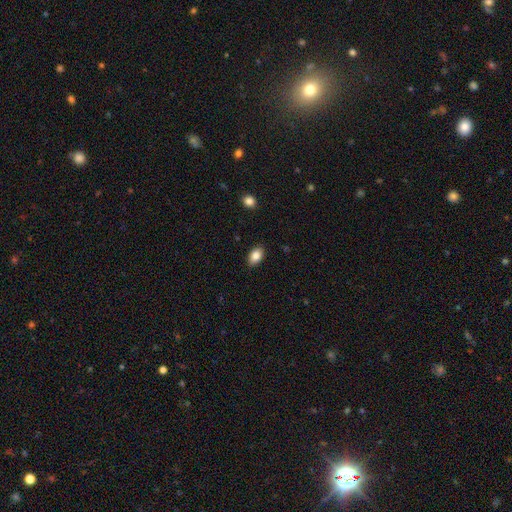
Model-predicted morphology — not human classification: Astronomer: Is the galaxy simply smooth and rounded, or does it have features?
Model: smooth — 85%.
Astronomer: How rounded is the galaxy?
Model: in between — 88%.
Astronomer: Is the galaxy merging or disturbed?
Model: none — 86%.